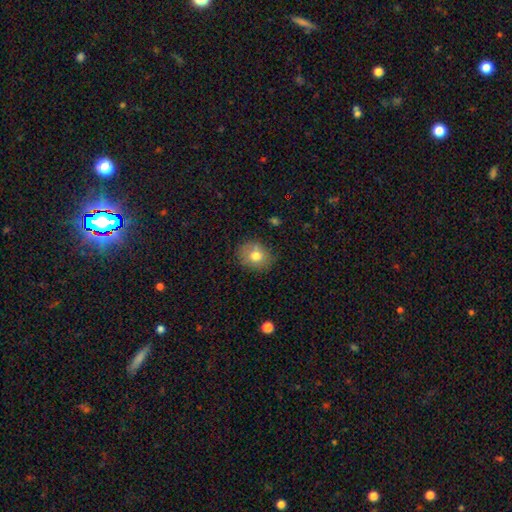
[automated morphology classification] smooth_or_featured: smooth (p=0.75) [alt: featured or disk p=0.15]
how_rounded: round (p=0.54) [alt: in between p=0.45]
merging: none (p=0.77) [alt: minor disturbance p=0.17]